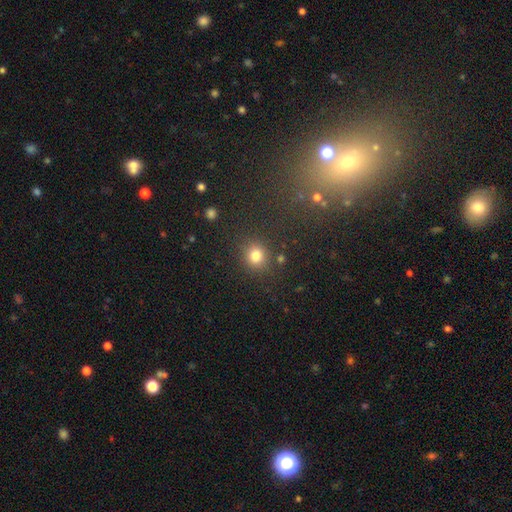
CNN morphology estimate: type=smooth (80%); roundness=round (86%); merging=none (83%).